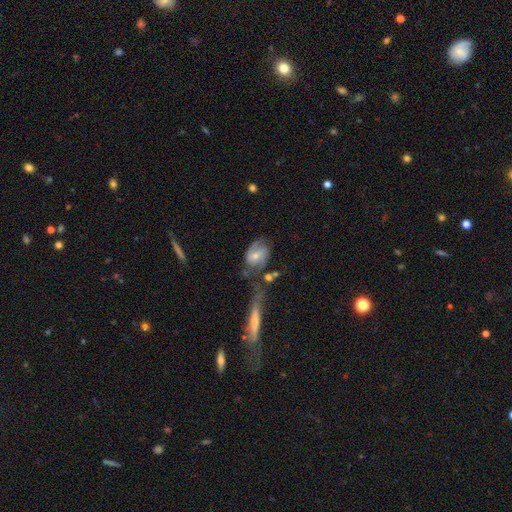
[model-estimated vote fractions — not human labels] Morphology: type=featured or disk (61%); edge-on=no (94%); bar=weak (44%); spiral arms=yes (85%); bulge=small (47%); merging=none (41%).